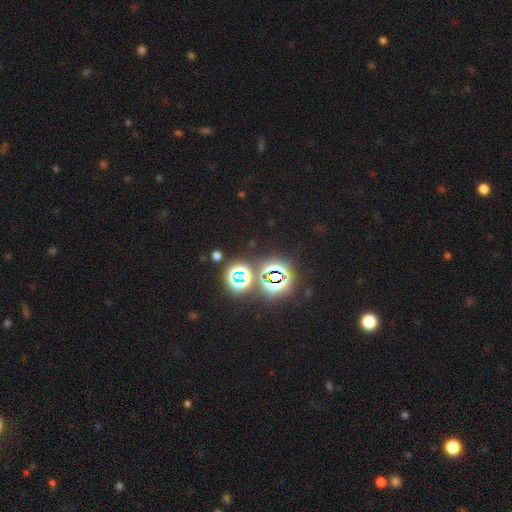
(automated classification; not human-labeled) A star or artifact, not a galaxy (80%).